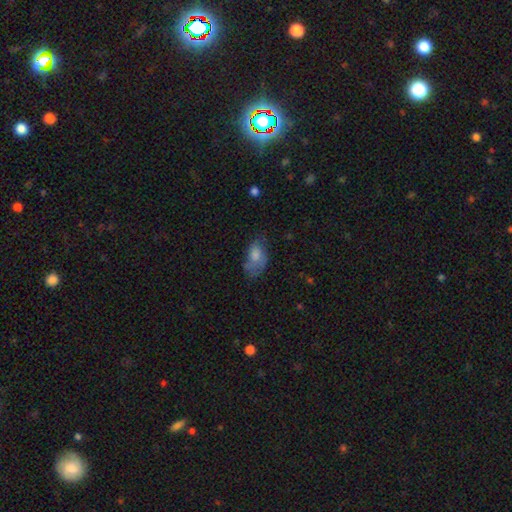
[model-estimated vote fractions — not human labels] Smooth or featured: smooth — 65% (featured or disk — 26%)
How rounded: in between — 90% (round — 8%)
Merging: none — 33% (major disturbance — 32%)